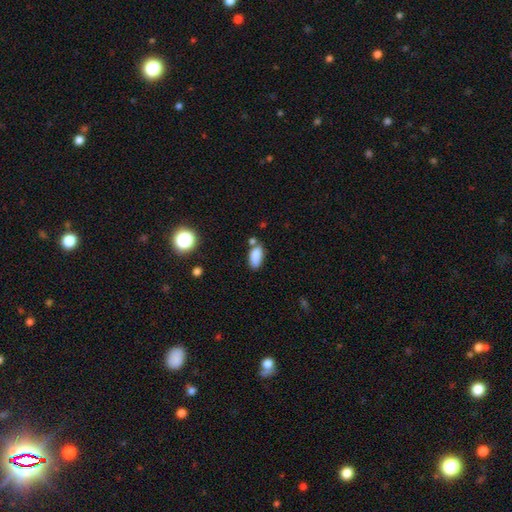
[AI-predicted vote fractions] smooth 86%, star or artifact 9%, featured or disk 5%. Down the decision tree: how rounded — in between (88%); merging — none (65%).